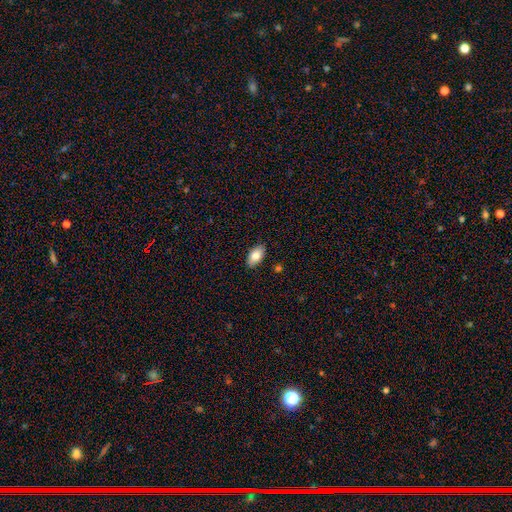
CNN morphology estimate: smooth 80%, featured or disk 13%, star or artifact 7%. Down the decision tree: how rounded — in between (93%); merging — none (87%).